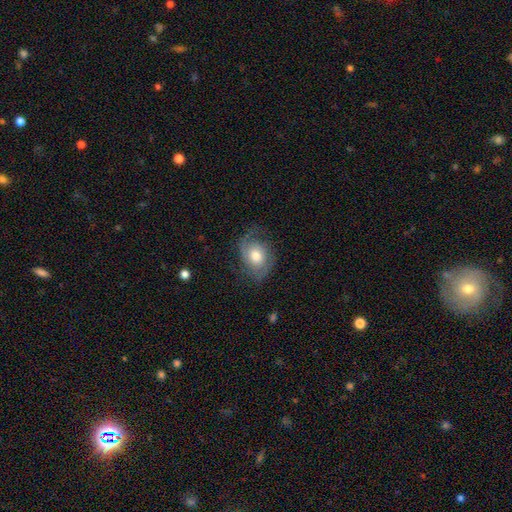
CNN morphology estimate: Smooth or featured? featured or disk (63%)
Edge-on disk? no (96%)
Bar? no (75%)
Spiral arms? yes (87%)
Spiral winding? medium (43%)
Spiral arm count? 2 (72%)
Bulge size? moderate (62%)
Merging? none (62%)